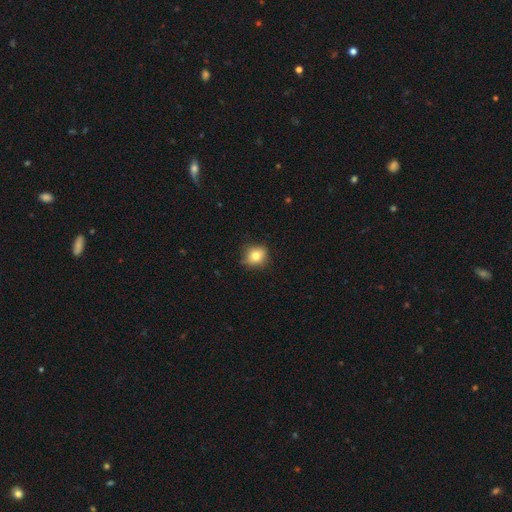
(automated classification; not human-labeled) Overall: smooth (79%). How rounded: round (77%). Merging: none (79%).